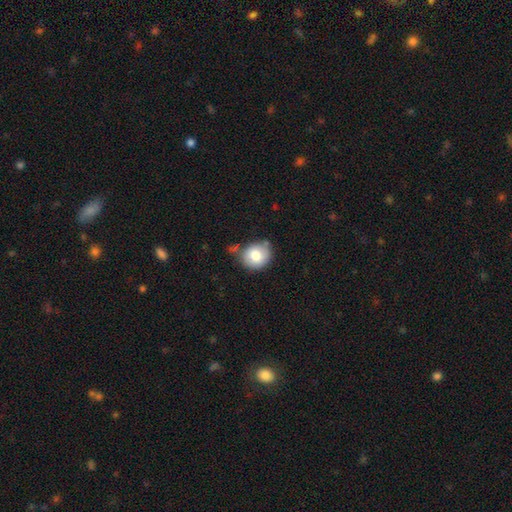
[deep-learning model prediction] A smooth galaxy with no disk features (78%) that is round (74%). Merging: none (68%).